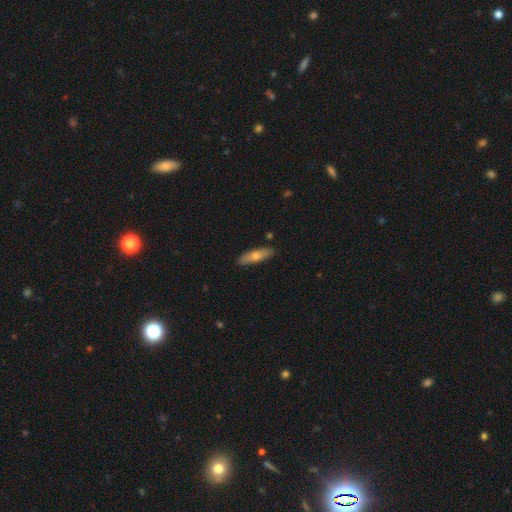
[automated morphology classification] A smooth galaxy with no disk features (58%) that is cigar-shaped (64%).

Vote fractions:
- Smooth or featured? smooth: 58% / featured or disk: 34% / star or artifact: 7%
- How rounded? cigar-shaped: 64% / in between: 33% / round: 2%
- Merging? none: 87% / minor disturbance: 10% / major disturbance: 2% / merger: 1%